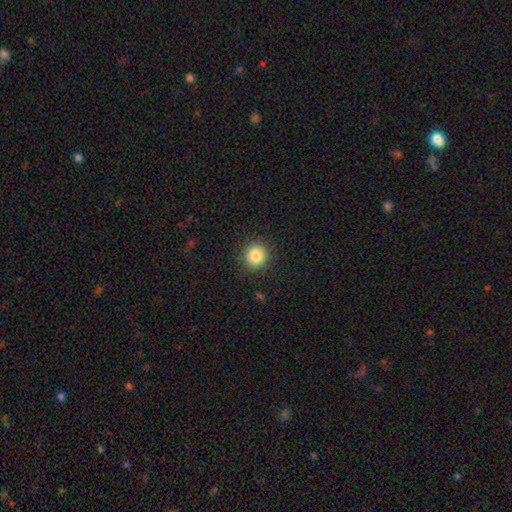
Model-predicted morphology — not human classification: This is clearly a smooth galaxy (85%). How rounded: clearly round (89%). Merging: clearly none (90%).